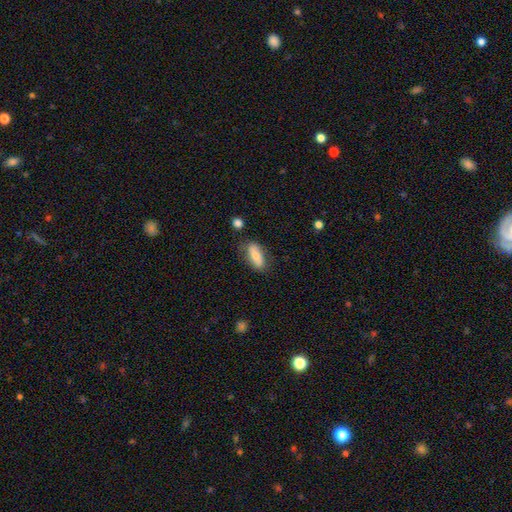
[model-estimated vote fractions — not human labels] A smooth galaxy with no disk features (65%) that is in between round and cigar-shaped (77%). Merging: none (74%).